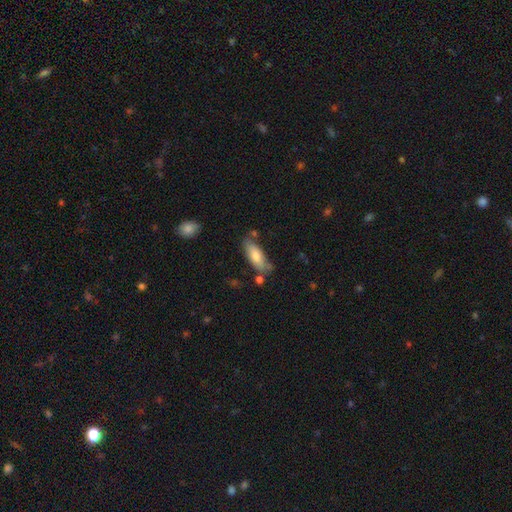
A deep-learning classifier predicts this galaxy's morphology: A smooth galaxy with no disk features (74%) that is in between round and cigar-shaped (68%).

Vote fractions:
- Smooth or featured? smooth: 74% / featured or disk: 20% / star or artifact: 6%
- How rounded? in between: 68% / cigar-shaped: 30% / round: 2%
- Merging? none: 66% / minor disturbance: 21% / merger: 8% / major disturbance: 5%